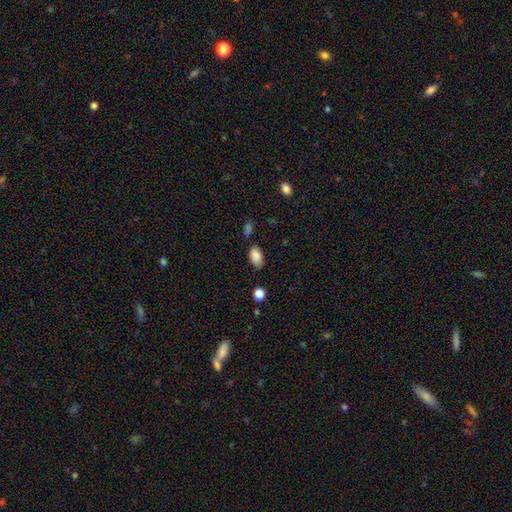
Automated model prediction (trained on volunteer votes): smooth_or_featured: smooth (p=0.87) [alt: star or artifact p=0.08]
how_rounded: in between (p=0.93) [alt: round p=0.04]
merging: none (p=0.75) [alt: minor disturbance p=0.17]